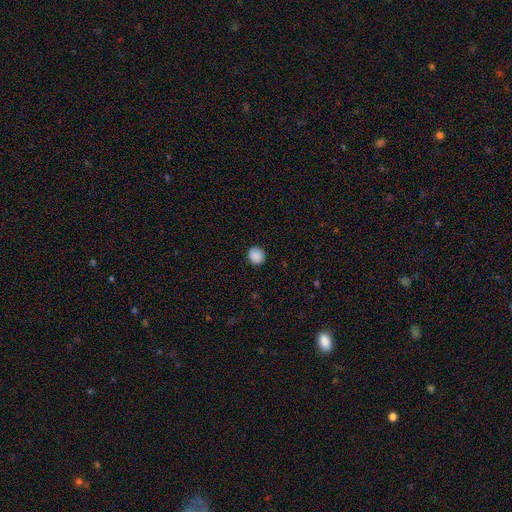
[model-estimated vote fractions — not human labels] Smooth or featured: smooth — 89% (star or artifact — 9%)
How rounded: round — 85% (in between — 14%)
Merging: none — 91% (minor disturbance — 7%)